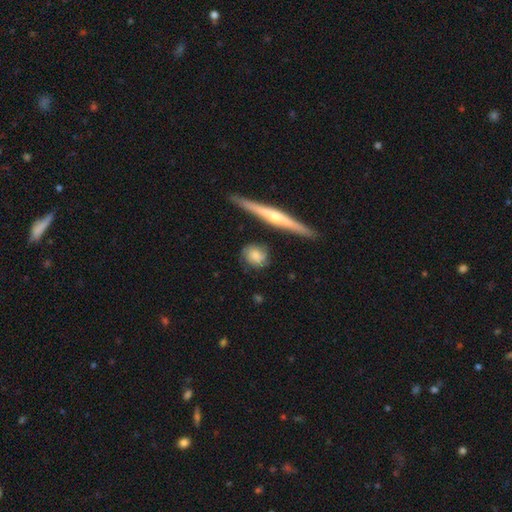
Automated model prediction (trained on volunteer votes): Smooth or featured: featured or disk — 52% (smooth — 42%)
Edge-on disk: no — 74% (yes — 26%)
Merging: none — 72% (minor disturbance — 18%)